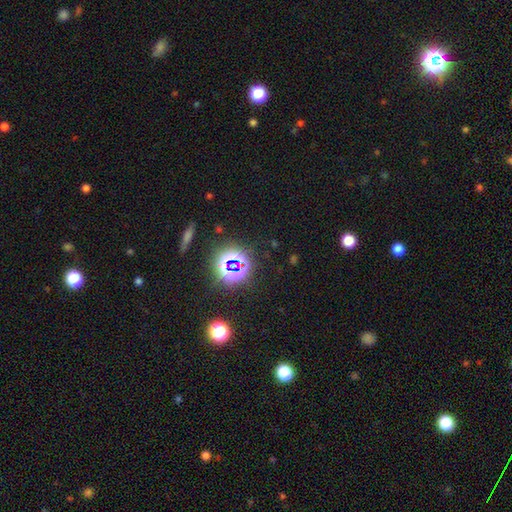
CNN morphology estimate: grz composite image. It shows a star or artifact, not a galaxy (81%).